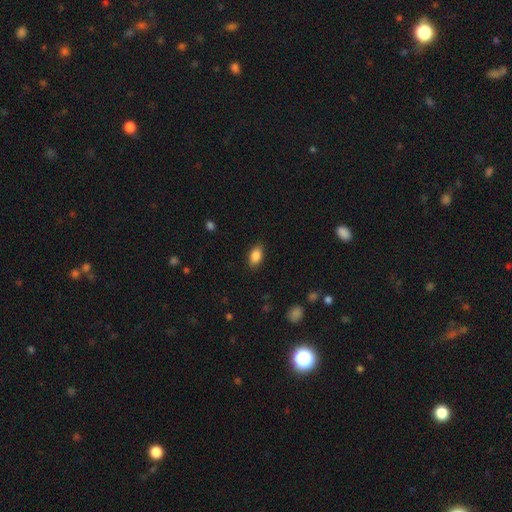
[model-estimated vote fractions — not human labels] This is clearly a smooth galaxy (87%). How rounded: clearly in between (89%). Merging: clearly none (86%).